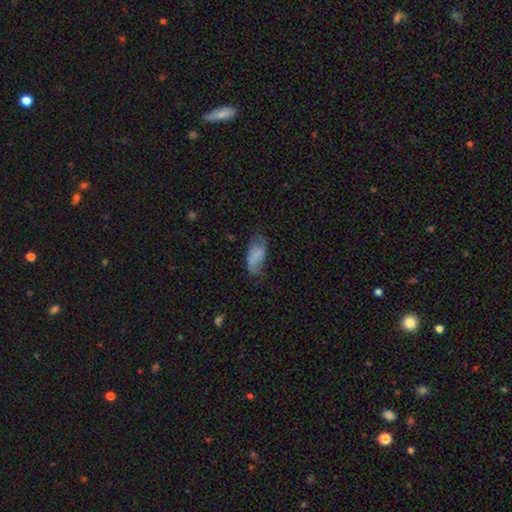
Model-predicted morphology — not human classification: Smooth or featured? smooth (70%)
How rounded? in between (91%)
Merging? none (49%)